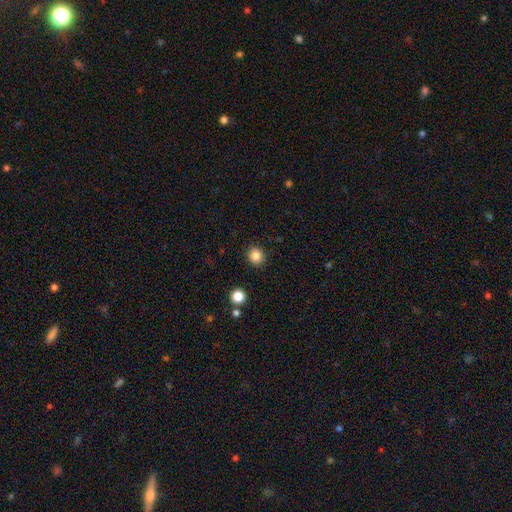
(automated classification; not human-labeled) Q: Smooth or featured?
A: smooth (85%); runner-up: star or artifact (11%)
Q: How rounded?
A: round (84%); runner-up: in between (15%)
Q: Merging?
A: none (90%); runner-up: minor disturbance (6%)